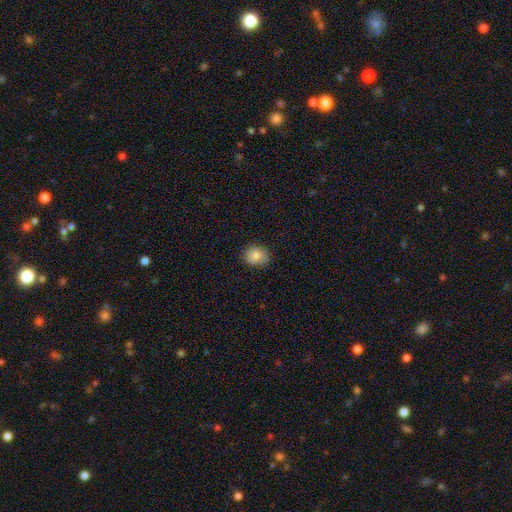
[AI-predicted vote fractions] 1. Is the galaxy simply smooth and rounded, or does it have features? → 85% smooth, 9% star or artifact, 7% featured or disk.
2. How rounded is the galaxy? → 61% round, 38% in between, 1% cigar-shaped.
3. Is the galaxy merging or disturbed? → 84% none, 13% minor disturbance, 3% major disturbance, 1% merger.